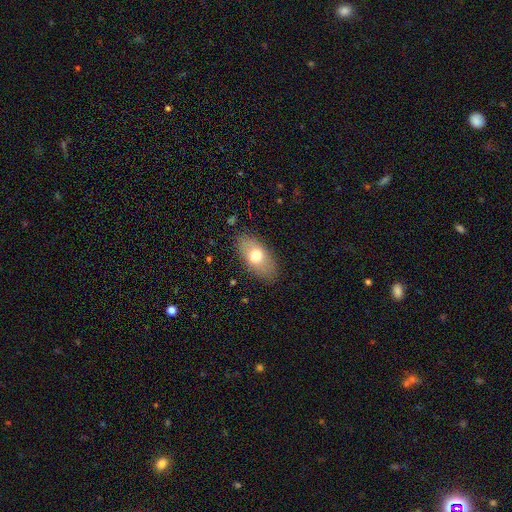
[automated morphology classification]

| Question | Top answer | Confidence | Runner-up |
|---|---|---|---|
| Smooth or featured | smooth | 69% | featured or disk (24%) |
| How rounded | in between | 89% | round (6%) |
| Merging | none | 83% | minor disturbance (12%) |